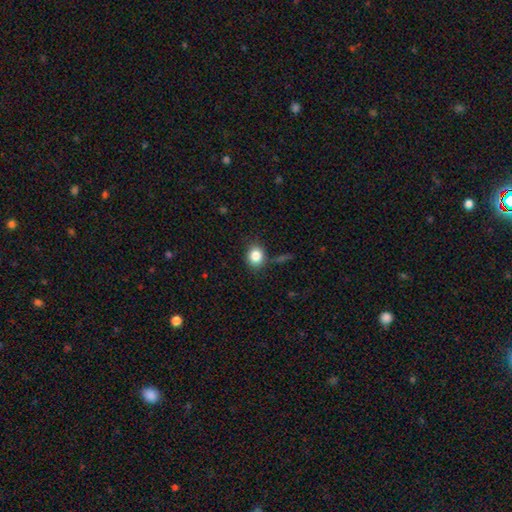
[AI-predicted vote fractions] Smooth or featured?
  - smooth: 84% *
  - star or artifact: 10%
  - featured or disk: 6%
How rounded?
  - round: 64% *
  - in between: 34%
  - cigar-shaped: 1%
Merging?
  - none: 80% *
  - minor disturbance: 12%
  - merger: 4%
  - major disturbance: 4%